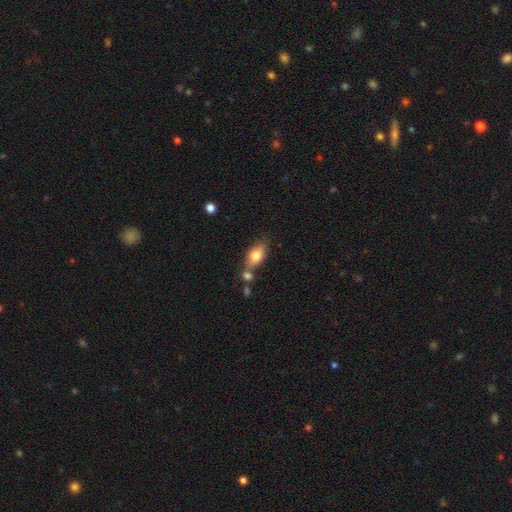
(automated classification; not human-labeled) smooth_or_featured: smooth (p=0.75) [alt: featured or disk p=0.18]
how_rounded: in between (p=0.84) [alt: round p=0.08]
merging: none (p=0.51) [alt: merger p=0.28]